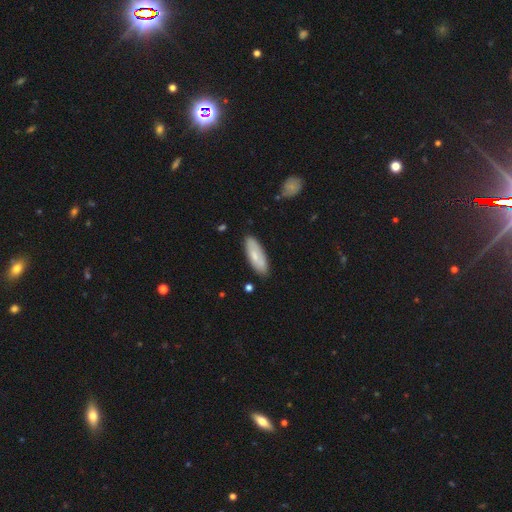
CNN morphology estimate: smooth 68%, featured or disk 26%, star or artifact 6%. Down the decision tree: how rounded — in between (66%); merging — none (83%).